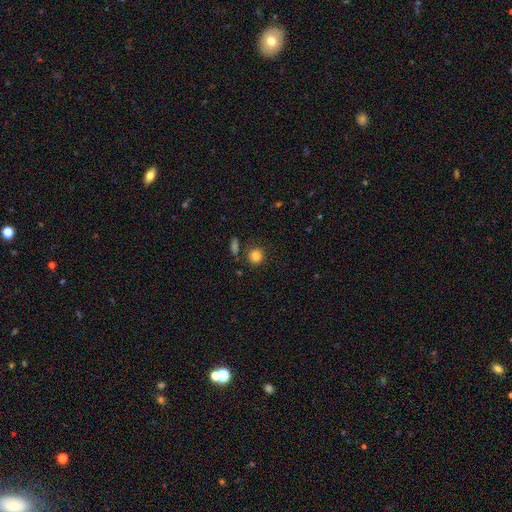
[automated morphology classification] smooth 83%, star or artifact 11%, featured or disk 6%. Down the decision tree: how rounded — round (89%); merging — none (79%).